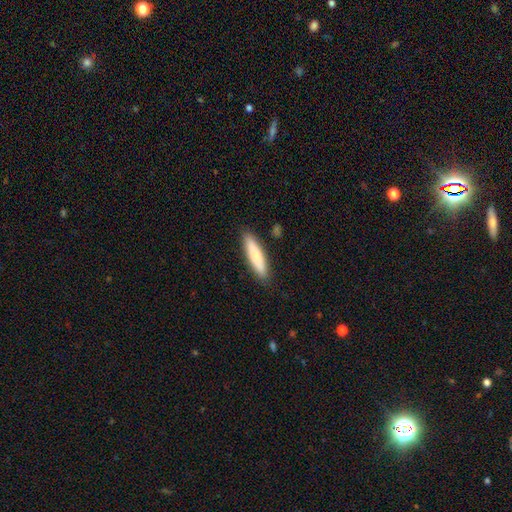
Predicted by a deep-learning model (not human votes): Overall: smooth (76%). How rounded: cigar-shaped (79%). Merging: none (88%).